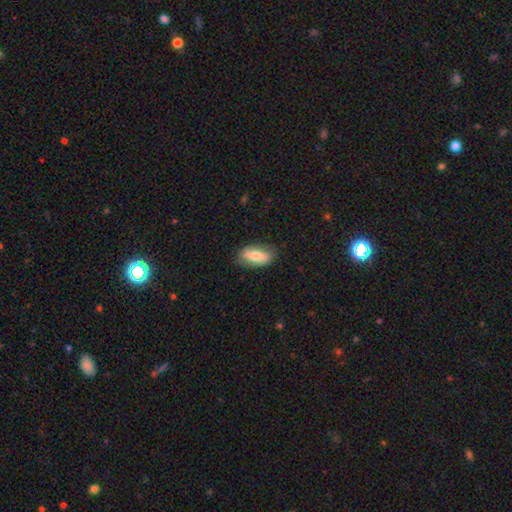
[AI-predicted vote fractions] Smooth or featured: smooth — 63% (featured or disk — 31%)
How rounded: in between — 87% (cigar-shaped — 9%)
Merging: none — 78% (minor disturbance — 17%)